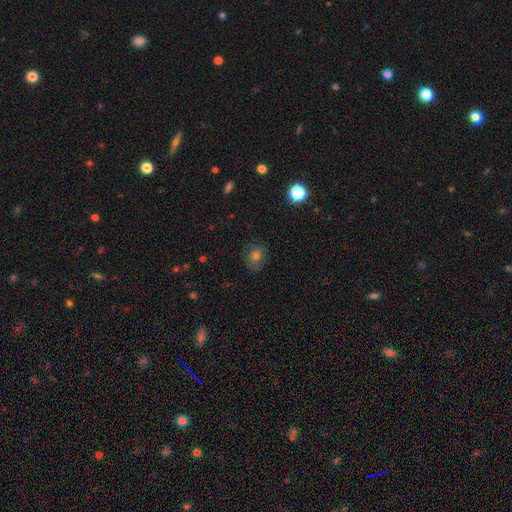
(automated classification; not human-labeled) Q: Smooth or featured?
A: smooth (68%); runner-up: star or artifact (17%)
Q: How rounded?
A: round (65%); runner-up: in between (33%)
Q: Merging?
A: none (76%); runner-up: minor disturbance (17%)